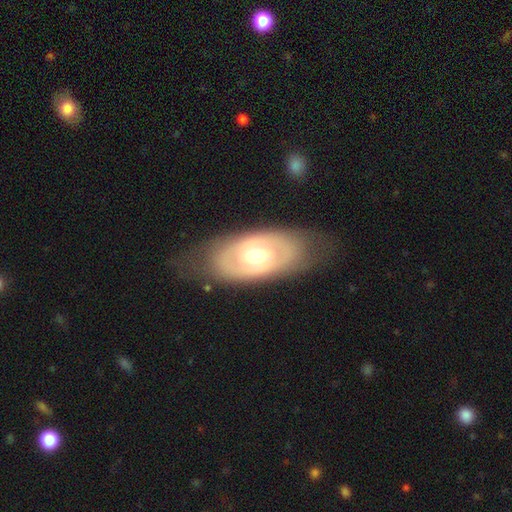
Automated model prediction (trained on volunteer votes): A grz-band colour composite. It shows a featured or disk galaxy (58%) with no bar (77%), no spiral arms (68%) and a moderate central bulge (69%). Merging: none (72%).